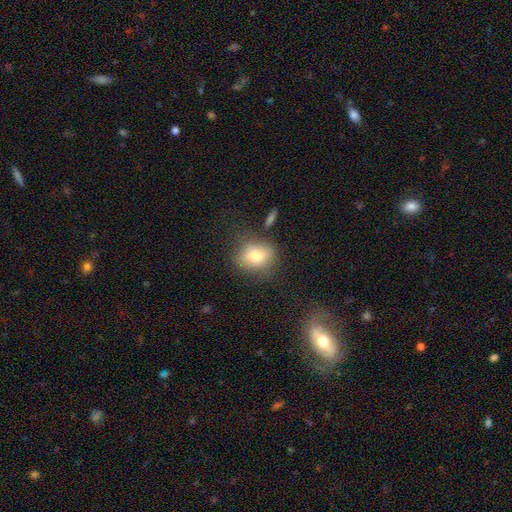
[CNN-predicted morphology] This is likely a smooth galaxy (74%). How rounded: possibly in between (54%). Merging: likely none (72%).